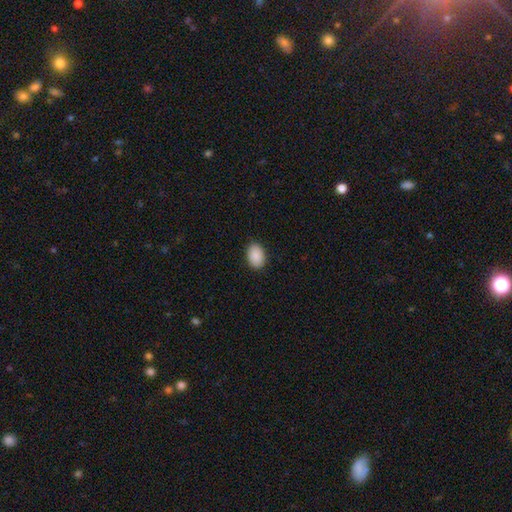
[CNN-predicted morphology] Overall: smooth (91%). How rounded: in between (85%). Merging: none (90%).